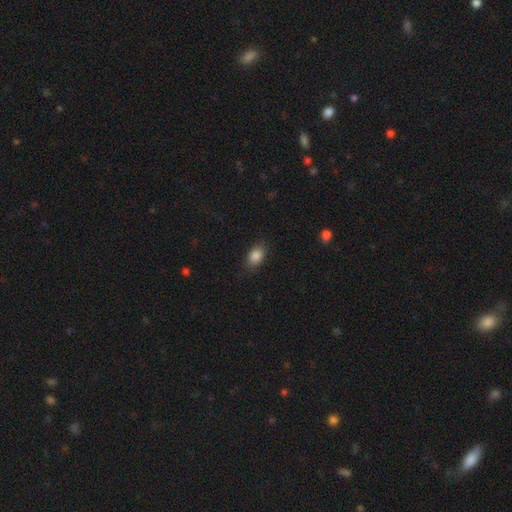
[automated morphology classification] A smooth galaxy with no disk features (87%) that is in between round and cigar-shaped (84%).

Vote fractions:
- Smooth or featured? smooth: 87% / star or artifact: 8% / featured or disk: 5%
- How rounded? in between: 84% / round: 14% / cigar-shaped: 2%
- Merging? none: 83% / minor disturbance: 13% / major disturbance: 3% / merger: 1%